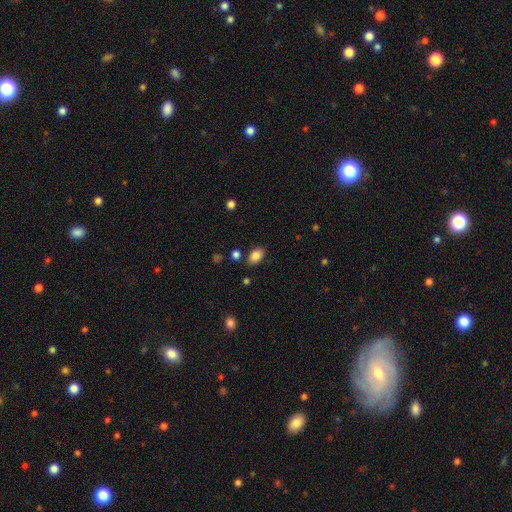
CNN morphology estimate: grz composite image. It shows a smooth galaxy with no disk features (85%) that is in between round and cigar-shaped (88%). Merging: none (82%).